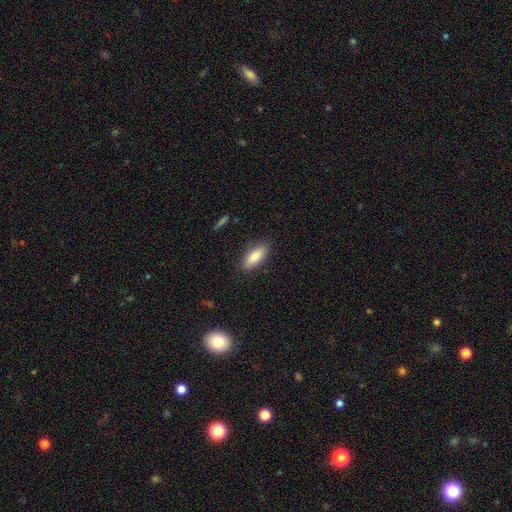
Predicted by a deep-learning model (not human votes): Smooth or featured? Predicted: smooth (p=0.86). How rounded? Predicted: in between (p=0.79). Merging? Predicted: none (p=0.85).